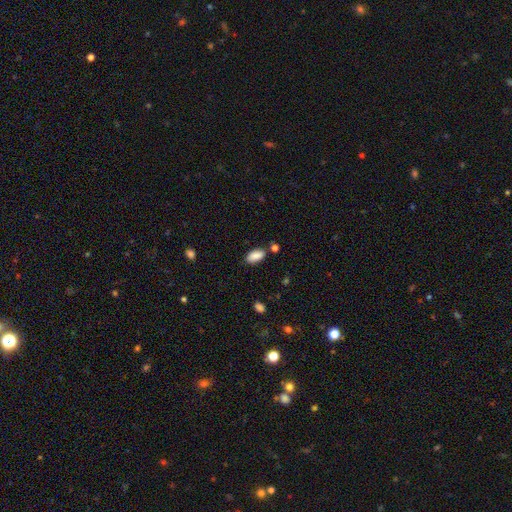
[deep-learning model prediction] Morphology: type=smooth (88%); roundness=in between (92%); merging=none (78%).